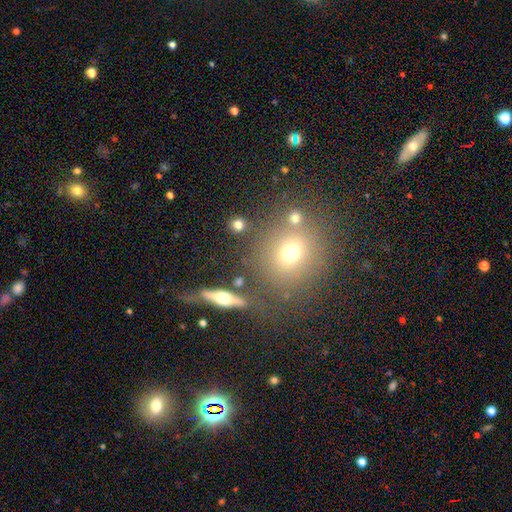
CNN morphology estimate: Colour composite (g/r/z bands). It shows a smooth galaxy with no disk features (57%) that is round (72%). Merging: none (74%).